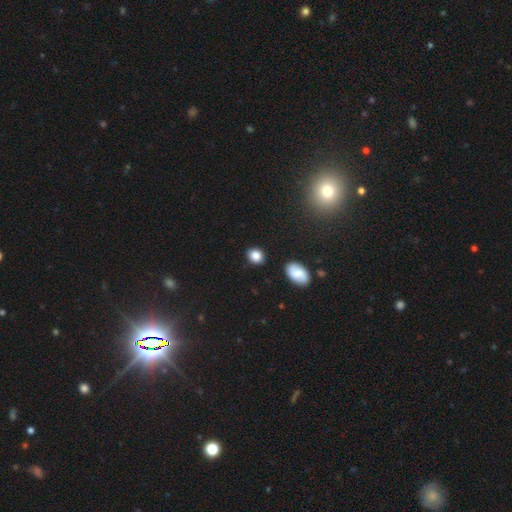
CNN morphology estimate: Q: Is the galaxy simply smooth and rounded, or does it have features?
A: smooth — 83%.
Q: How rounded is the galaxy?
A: round — 52%.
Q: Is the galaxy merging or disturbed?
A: none — 85%.